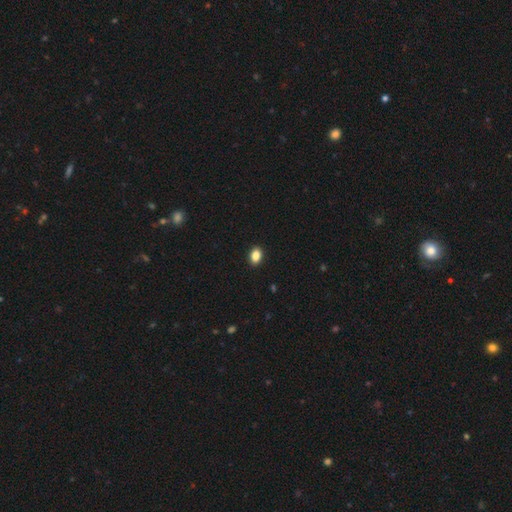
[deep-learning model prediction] This is clearly a smooth galaxy (87%). How rounded: likely in between (78%). Merging: clearly none (91%).